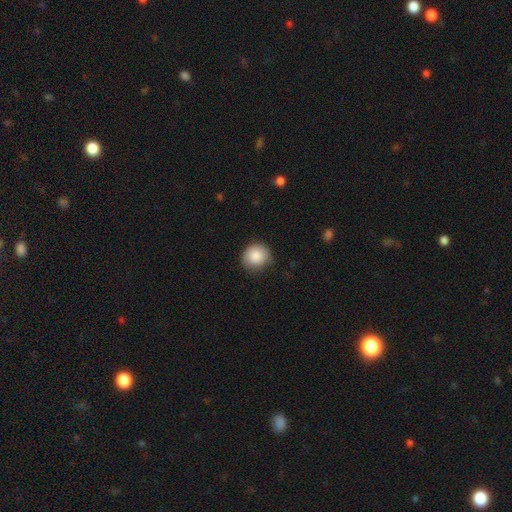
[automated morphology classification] Smooth or featured?
  - smooth: 87% *
  - star or artifact: 7%
  - featured or disk: 6%
How rounded?
  - round: 88% *
  - in between: 11%
  - cigar-shaped: 1%
Merging?
  - none: 75% *
  - minor disturbance: 20%
  - major disturbance: 4%
  - merger: 1%